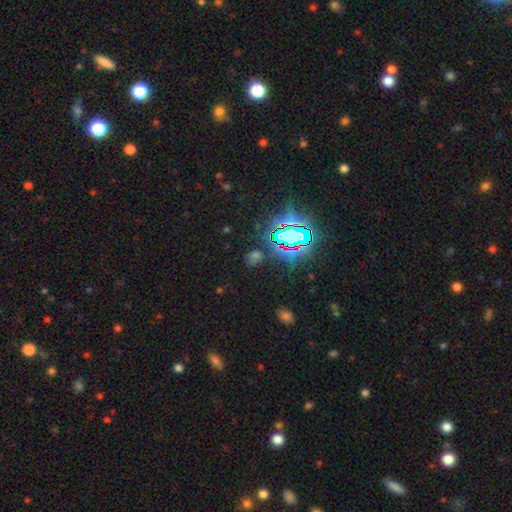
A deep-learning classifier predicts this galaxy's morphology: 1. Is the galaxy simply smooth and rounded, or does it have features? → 62% star or artifact, 29% smooth, 9% featured or disk.